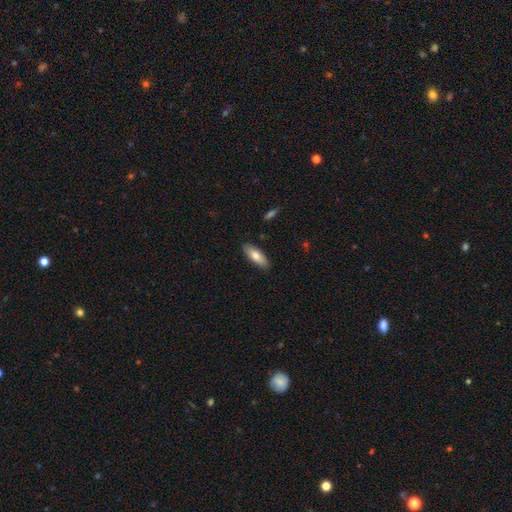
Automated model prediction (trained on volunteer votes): Smooth or featured? Predicted: smooth (p=0.75). How rounded? Predicted: in between (p=0.68). Merging? Predicted: none (p=0.88).